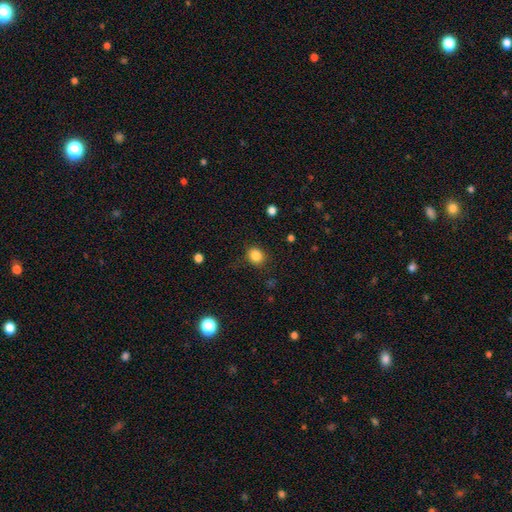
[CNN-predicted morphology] smooth 84%, star or artifact 11%, featured or disk 4%. Down the decision tree: how rounded — round (77%); merging — none (84%).